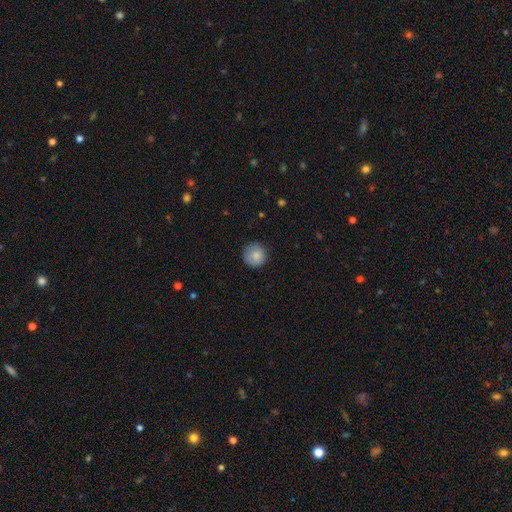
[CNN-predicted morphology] A smooth galaxy with no disk features (83%) that is round (95%).

Vote fractions:
- Smooth or featured? smooth: 83% / featured or disk: 8% / star or artifact: 8%
- How rounded? round: 95% / in between: 4% / cigar-shaped: 1%
- Merging? none: 86% / minor disturbance: 11% / major disturbance: 2% / merger: 1%